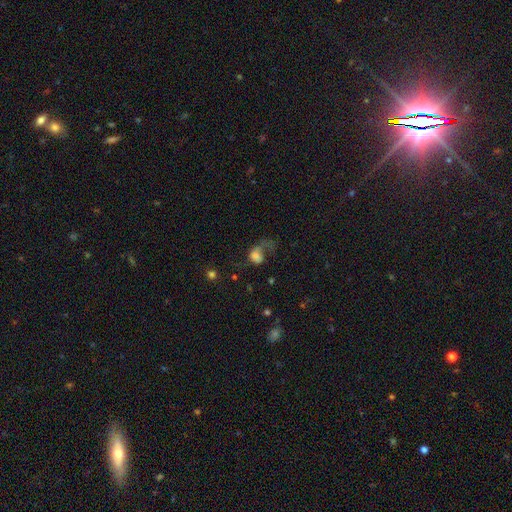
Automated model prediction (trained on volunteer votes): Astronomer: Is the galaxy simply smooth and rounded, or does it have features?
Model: smooth — 51% (runner-up: featured or disk, 36%).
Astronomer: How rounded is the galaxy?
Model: in between — 54% (runner-up: round, 44%).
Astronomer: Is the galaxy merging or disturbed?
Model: major disturbance — 62%.